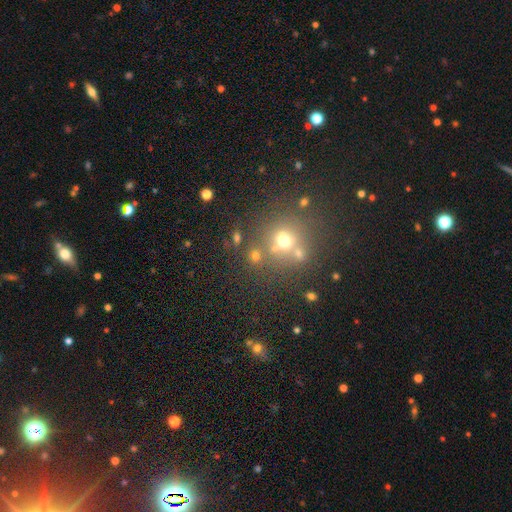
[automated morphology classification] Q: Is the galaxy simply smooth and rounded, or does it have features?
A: smooth — 56%.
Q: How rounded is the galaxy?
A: round — 83%.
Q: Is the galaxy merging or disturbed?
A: none — 63%.